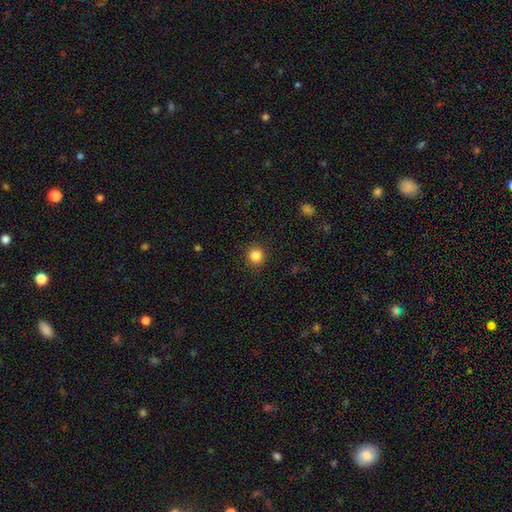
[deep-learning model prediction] A smooth galaxy with no disk features (85%) that is round (93%). Merging: none (91%).